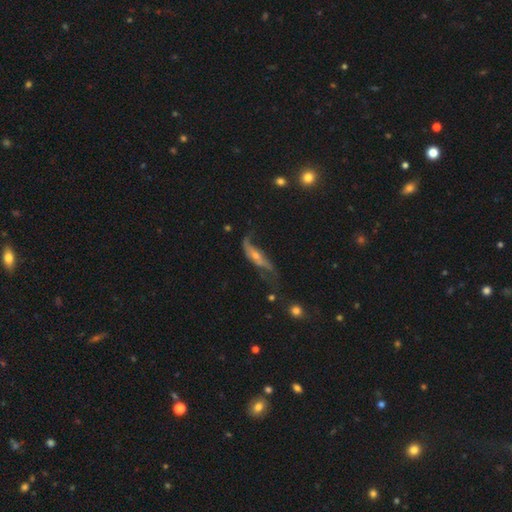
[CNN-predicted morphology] A featured or disk galaxy (71%).

Vote fractions:
- Smooth or featured? featured or disk: 71% / smooth: 20% / star or artifact: 9%
- Edge-on disk? no: 67% / yes: 33%
- Merging? none: 40% / major disturbance: 30% / minor disturbance: 26% / merger: 5%